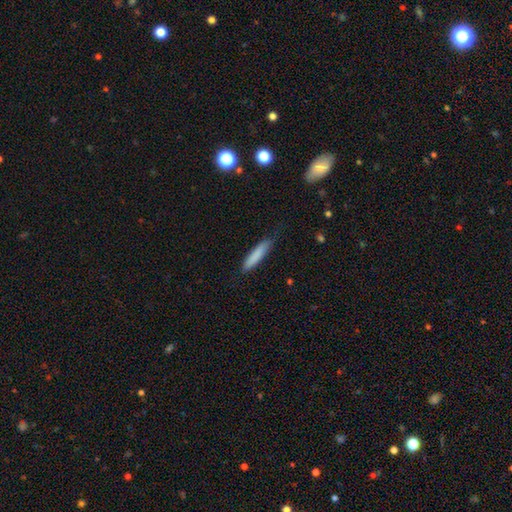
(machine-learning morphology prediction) smooth_or_featured: smooth (p=0.83) [alt: featured or disk p=0.11]
how_rounded: cigar-shaped (p=0.88) [alt: in between p=0.11]
merging: none (p=0.79) [alt: minor disturbance p=0.17]